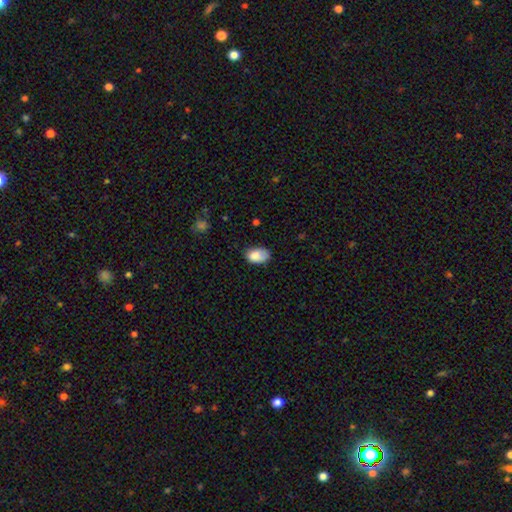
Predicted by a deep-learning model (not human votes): Morphology: type=smooth (84%); roundness=in between (88%); merging=none (59%).